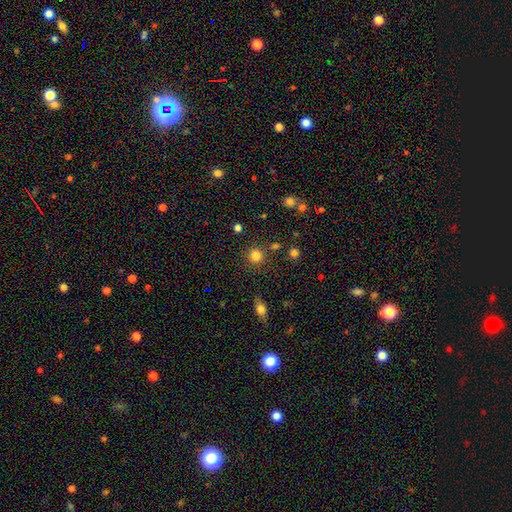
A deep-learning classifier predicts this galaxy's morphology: smooth_or_featured: smooth (p=0.82) [alt: star or artifact p=0.13]
how_rounded: round (p=0.93) [alt: in between p=0.06]
merging: none (p=0.84) [alt: minor disturbance p=0.08]